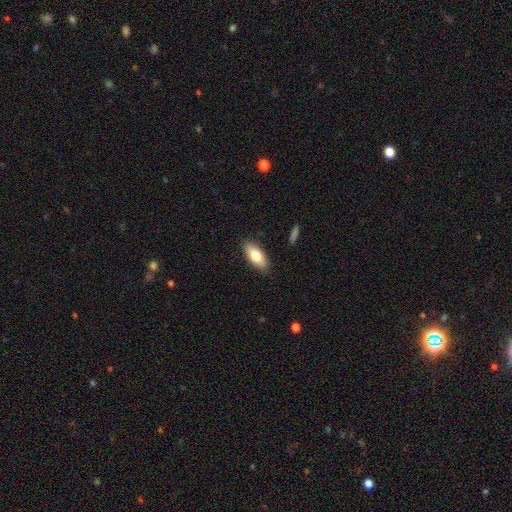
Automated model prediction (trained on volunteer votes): Overall: smooth (78%). How rounded: in between (84%). Merging: none (87%).